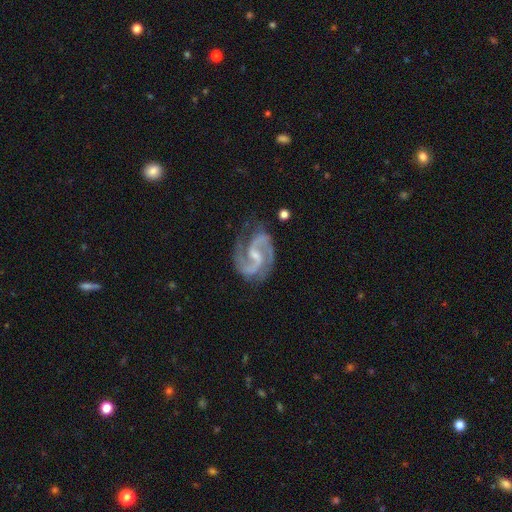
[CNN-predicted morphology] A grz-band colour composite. It shows a featured or disk galaxy (93%) with a weak bar (50%), 2 (94%) medium (66%) spiral arms (99%) and a small central bulge (58%). Merging: none (74%).